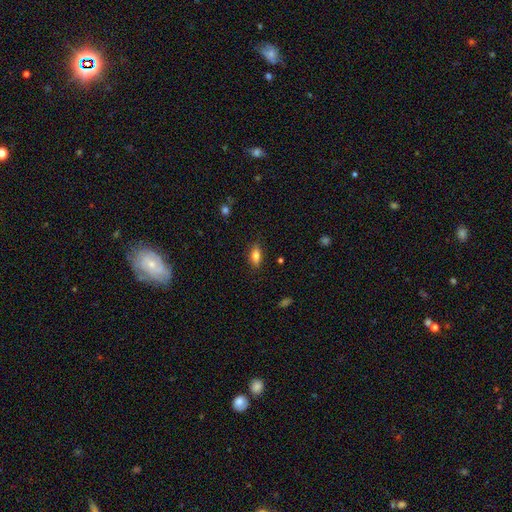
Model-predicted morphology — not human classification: Overall: smooth (77%). How rounded: in between (81%). Merging: none (83%).